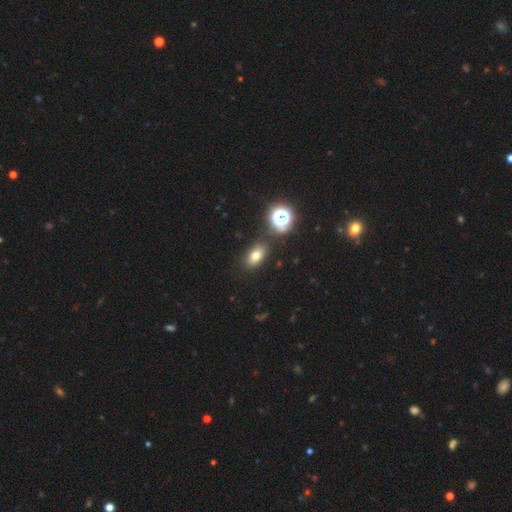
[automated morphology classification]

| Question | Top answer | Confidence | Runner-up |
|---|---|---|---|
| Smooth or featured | smooth | 71% | star or artifact (19%) |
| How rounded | in between | 78% | round (19%) |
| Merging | none | 82% | minor disturbance (10%) |